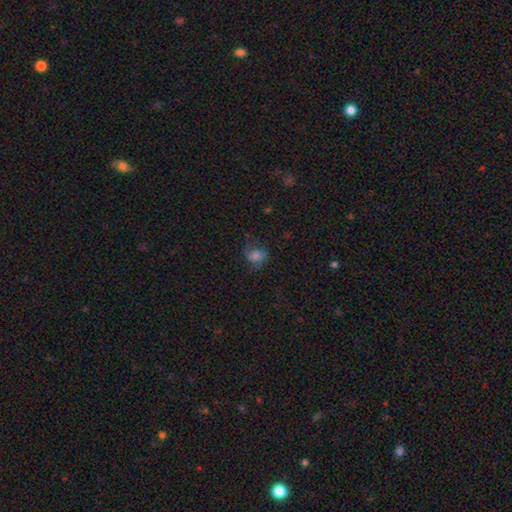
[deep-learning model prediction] Smooth or featured?
  - smooth: 51% *
  - featured or disk: 36%
  - star or artifact: 13%
How rounded?
  - in between: 55% *
  - round: 43%
  - cigar-shaped: 2%
Merging?
  - none: 54% *
  - minor disturbance: 24%
  - major disturbance: 20%
  - merger: 2%